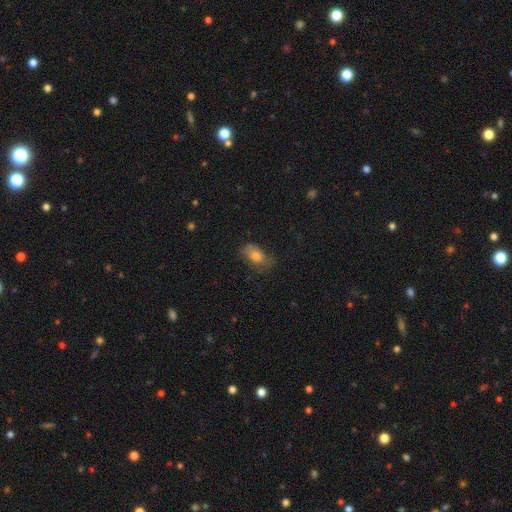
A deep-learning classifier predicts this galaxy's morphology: smooth_or_featured: smooth (p=0.69) [alt: featured or disk p=0.22]
how_rounded: in between (p=0.87) [alt: round p=0.10]
merging: none (p=0.59) [alt: minor disturbance p=0.27]